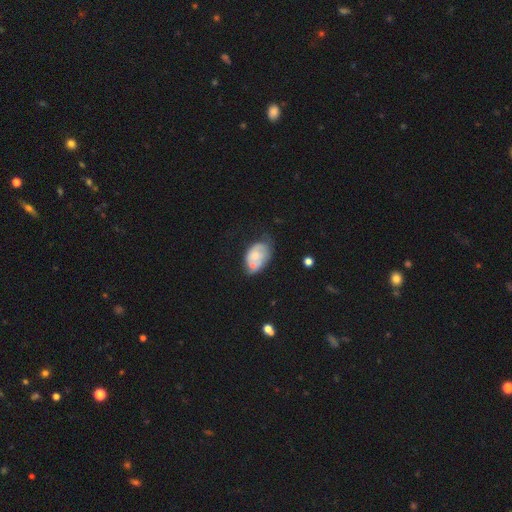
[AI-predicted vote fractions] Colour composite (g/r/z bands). It shows a smooth galaxy with no disk features (48%). Merging: none (37%).